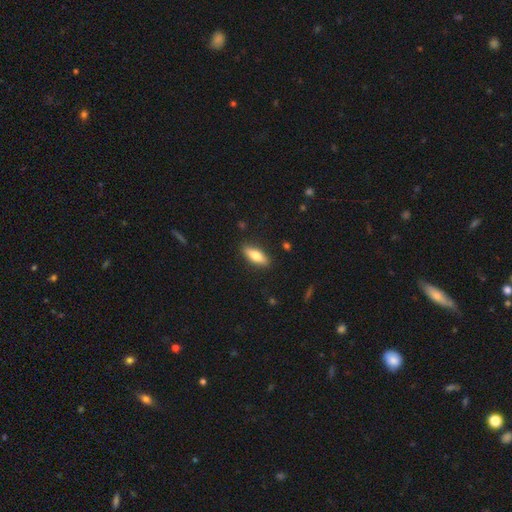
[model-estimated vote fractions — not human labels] smooth_or_featured: smooth (p=0.71) [alt: featured or disk p=0.23]
how_rounded: in between (p=0.61) [alt: cigar-shaped p=0.36]
merging: none (p=0.88) [alt: minor disturbance p=0.09]